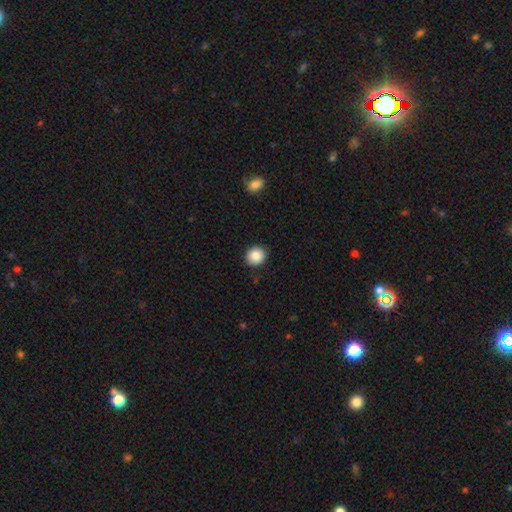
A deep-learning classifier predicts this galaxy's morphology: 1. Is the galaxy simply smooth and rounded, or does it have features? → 87% smooth, 9% star or artifact, 4% featured or disk.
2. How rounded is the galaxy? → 84% round, 15% in between, 1% cigar-shaped.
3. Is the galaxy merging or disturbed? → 90% none, 7% minor disturbance, 2% major disturbance, 1% merger.